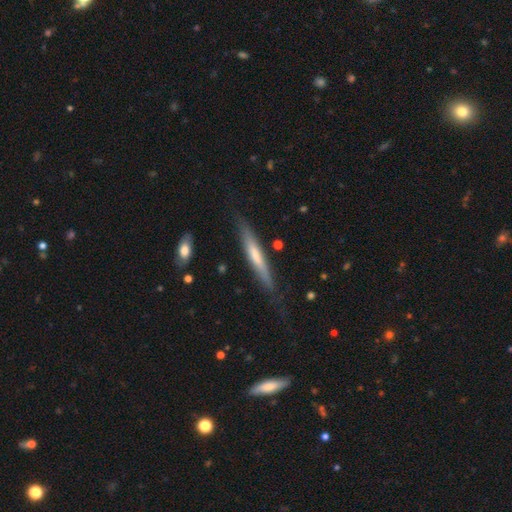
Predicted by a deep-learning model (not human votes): This appears to be a smooth galaxy with no disk features (51%) that is cigar-shaped (93%). Merging: none (79%).